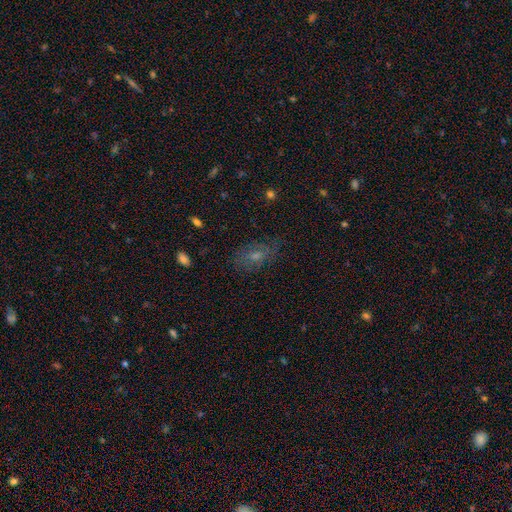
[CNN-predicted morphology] smooth-or-featured: smooth: 47% | featured or disk: 34% | star or artifact: 19%
  merging: none: 68% | minor disturbance: 21% | major disturbance: 9% | merger: 2%